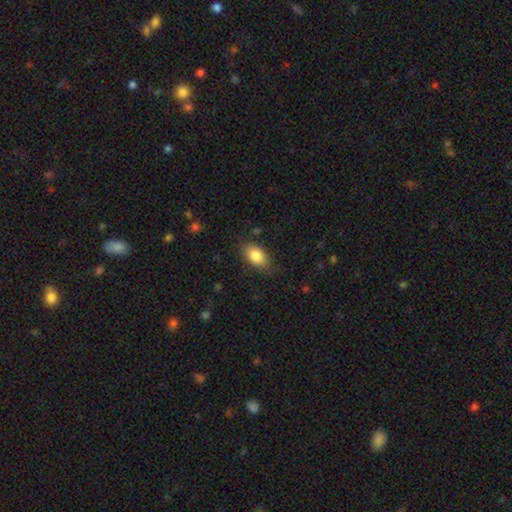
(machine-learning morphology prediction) type=smooth (84%); roundness=in between (90%); merging=none (81%).